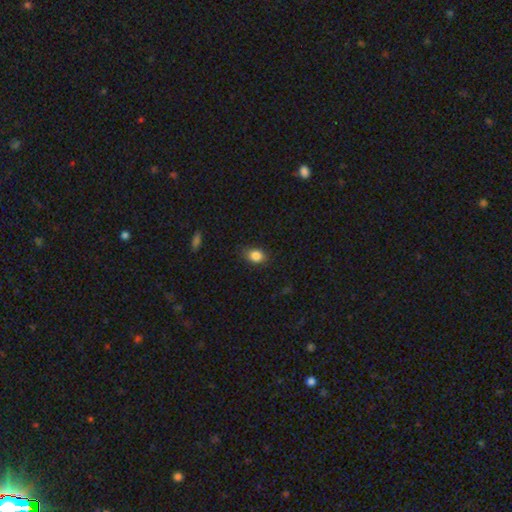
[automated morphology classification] Smooth or featured: smooth — 86% (star or artifact — 9%)
How rounded: in between — 69% (round — 30%)
Merging: none — 81% (minor disturbance — 15%)